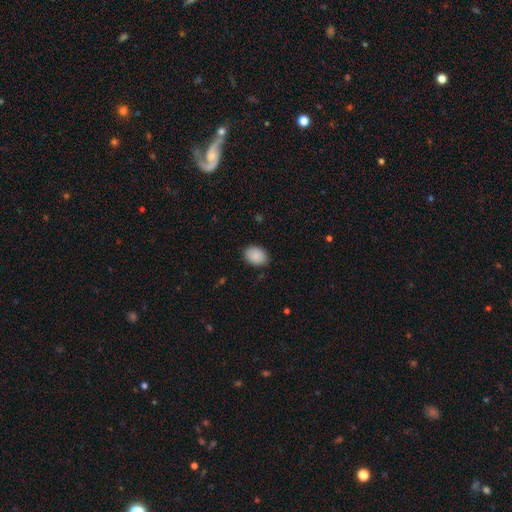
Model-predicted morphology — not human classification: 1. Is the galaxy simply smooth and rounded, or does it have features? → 90% smooth, 7% star or artifact, 3% featured or disk.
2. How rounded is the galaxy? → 76% in between, 23% round, 1% cigar-shaped.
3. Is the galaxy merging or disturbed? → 86% none, 11% minor disturbance, 2% major disturbance, 1% merger.